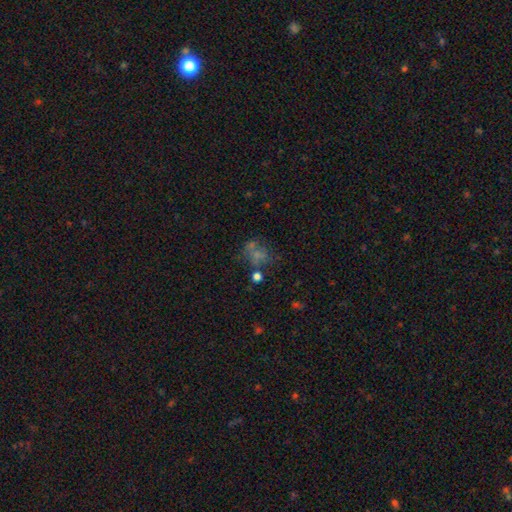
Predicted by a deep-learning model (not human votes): Smooth or featured: smooth — 39% (star or artifact — 36%)
Merging: none — 46% (merger — 22%)